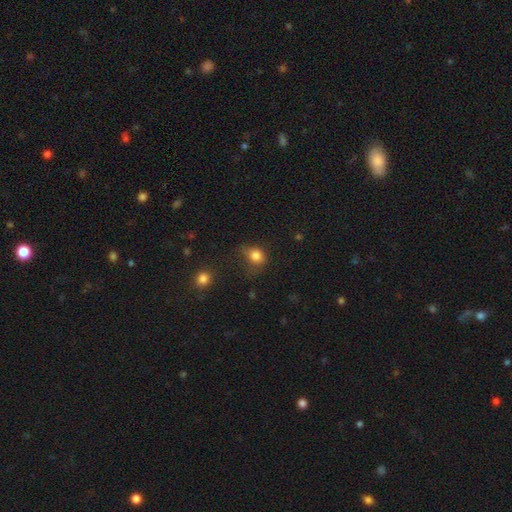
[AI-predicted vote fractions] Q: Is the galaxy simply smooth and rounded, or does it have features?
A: smooth — 81%.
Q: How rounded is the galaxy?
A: round — 58%.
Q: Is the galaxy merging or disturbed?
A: none — 39%.